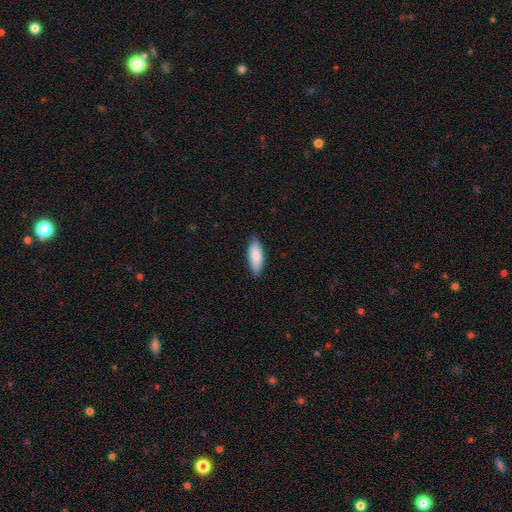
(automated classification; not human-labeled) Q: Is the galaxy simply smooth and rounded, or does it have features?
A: smooth — 83%.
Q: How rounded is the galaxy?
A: in between — 75%.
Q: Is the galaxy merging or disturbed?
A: none — 83%.